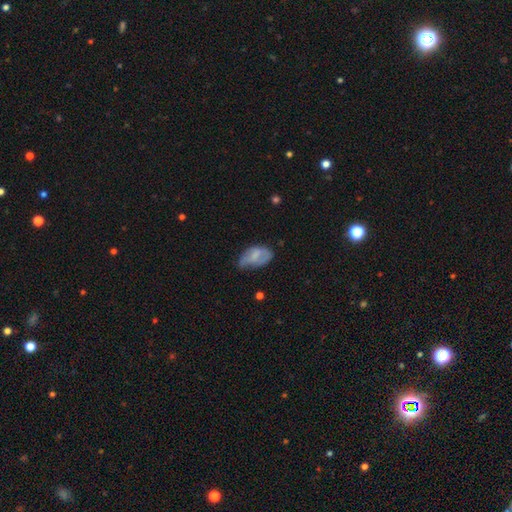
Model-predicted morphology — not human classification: Smooth or featured? Predicted: smooth (p=0.61). How rounded? Predicted: in between (p=0.92). Merging? Predicted: minor disturbance (p=0.43).